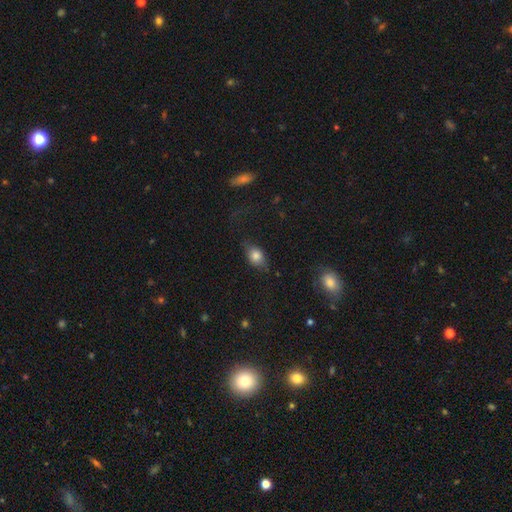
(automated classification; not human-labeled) Smooth or featured: smooth — 79% (featured or disk — 12%)
How rounded: in between — 75% (round — 22%)
Merging: none — 66% (minor disturbance — 22%)